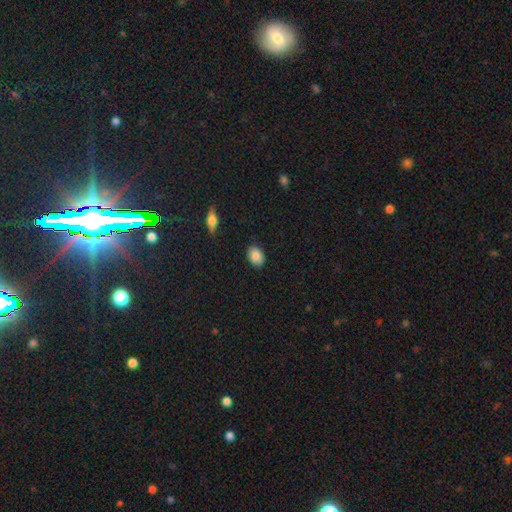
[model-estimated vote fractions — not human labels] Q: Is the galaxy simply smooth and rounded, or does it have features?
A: smooth — 86%.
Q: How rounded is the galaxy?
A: in between — 74%.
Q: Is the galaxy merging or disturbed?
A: none — 88%.